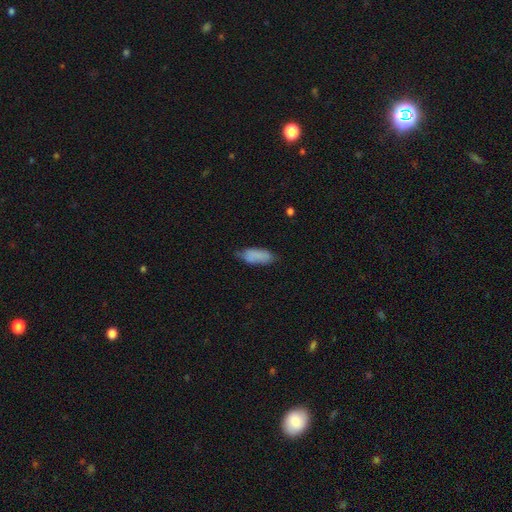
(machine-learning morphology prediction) This appears to be a smooth galaxy with no disk features (83%) that is in between round and cigar-shaped (79%). Merging: none (63%).